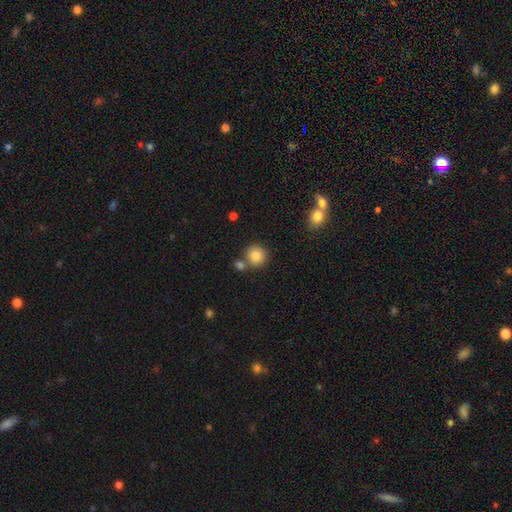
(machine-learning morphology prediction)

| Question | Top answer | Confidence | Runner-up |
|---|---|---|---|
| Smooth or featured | smooth | 84% | star or artifact (10%) |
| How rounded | round | 91% | in between (8%) |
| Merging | none | 72% | merger (17%) |